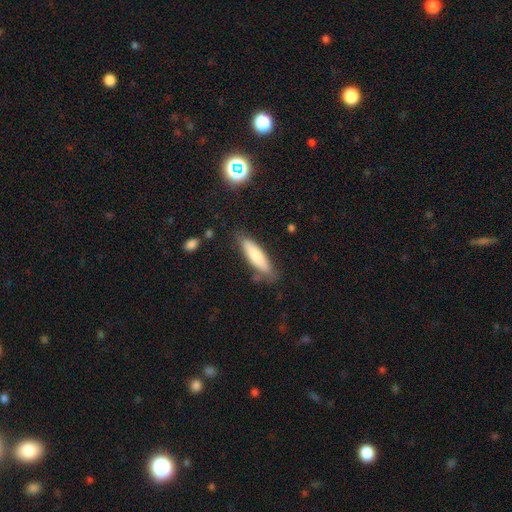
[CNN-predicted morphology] Q: Smooth or featured?
A: smooth (75%); runner-up: featured or disk (19%)
Q: How rounded?
A: cigar-shaped (63%); runner-up: in between (35%)
Q: Merging?
A: none (77%); runner-up: minor disturbance (16%)